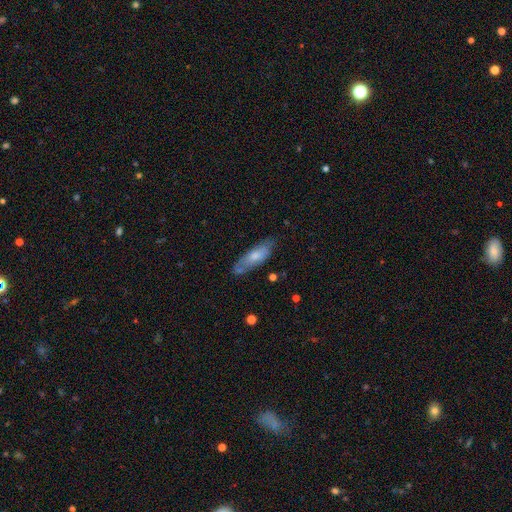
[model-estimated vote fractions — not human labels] Smooth or featured? Predicted: smooth (p=0.66). How rounded? Predicted: in between (p=0.58). Merging? Predicted: none (p=0.67).